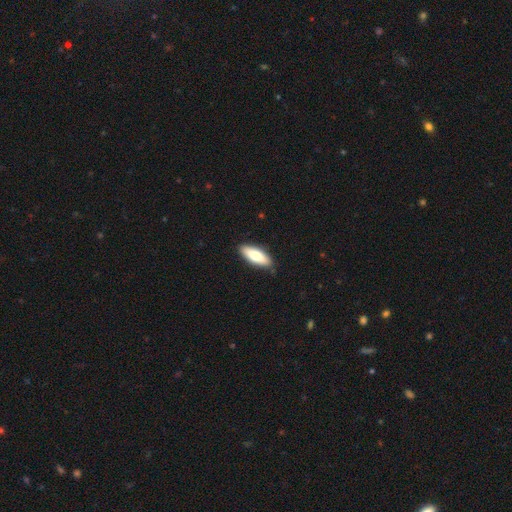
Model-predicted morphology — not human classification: Overall: smooth (76%). How rounded: in between (72%). Merging: none (88%).